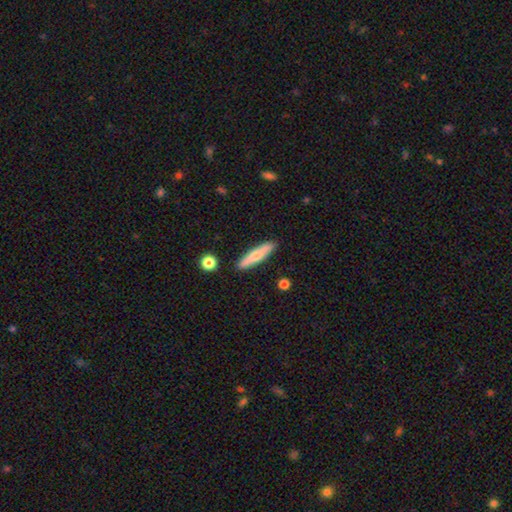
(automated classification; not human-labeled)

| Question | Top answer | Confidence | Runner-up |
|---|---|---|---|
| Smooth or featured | smooth | 65% | featured or disk (29%) |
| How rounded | cigar-shaped | 84% | in between (14%) |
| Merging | none | 89% | minor disturbance (8%) |